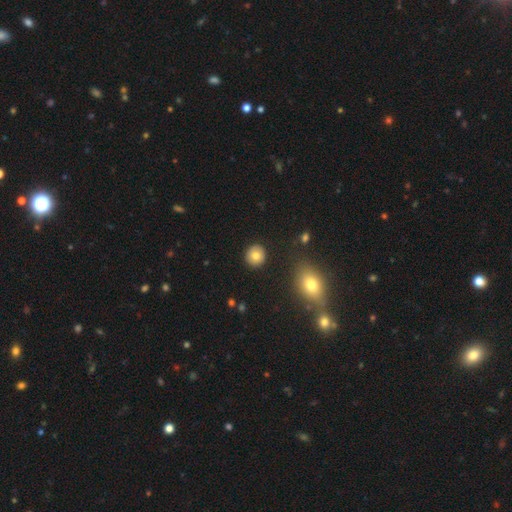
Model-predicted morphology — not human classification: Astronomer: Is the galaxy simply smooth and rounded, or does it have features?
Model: smooth — 80%.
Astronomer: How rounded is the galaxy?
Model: round — 89%.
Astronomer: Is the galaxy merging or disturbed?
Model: none — 90%.